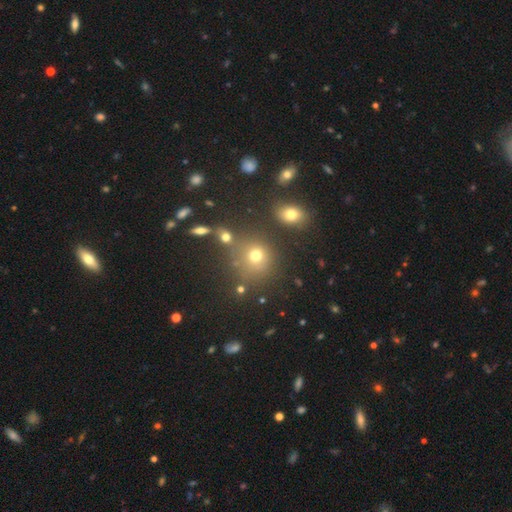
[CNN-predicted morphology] Overall: smooth (68%). How rounded: round (83%). Merging: none (67%).